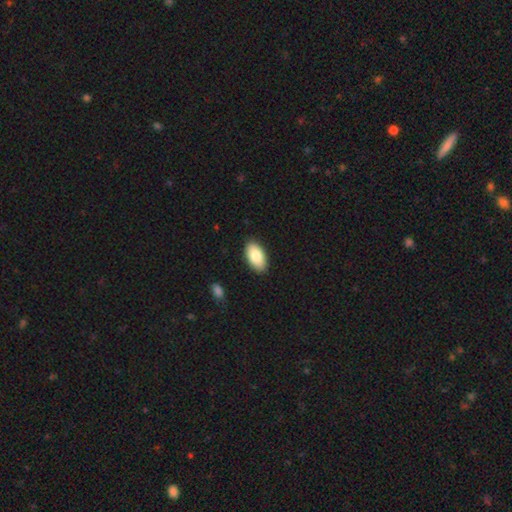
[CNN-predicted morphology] Smooth or featured?
  - smooth: 85% *
  - featured or disk: 9%
  - star or artifact: 6%
How rounded?
  - in between: 95% *
  - round: 3%
  - cigar-shaped: 2%
Merging?
  - none: 89% *
  - minor disturbance: 8%
  - major disturbance: 2%
  - merger: 1%